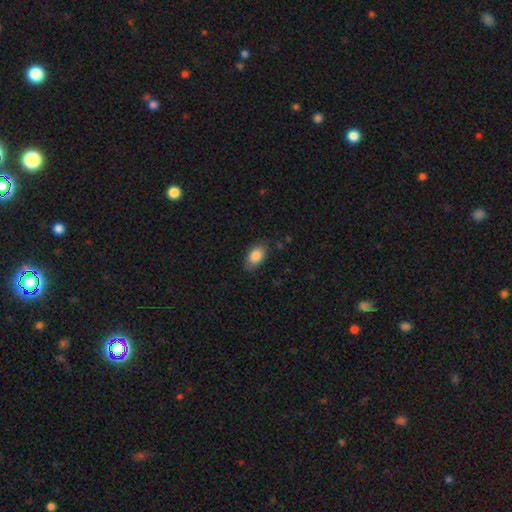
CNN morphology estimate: type=smooth (86%); roundness=in between (90%); merging=none (80%).